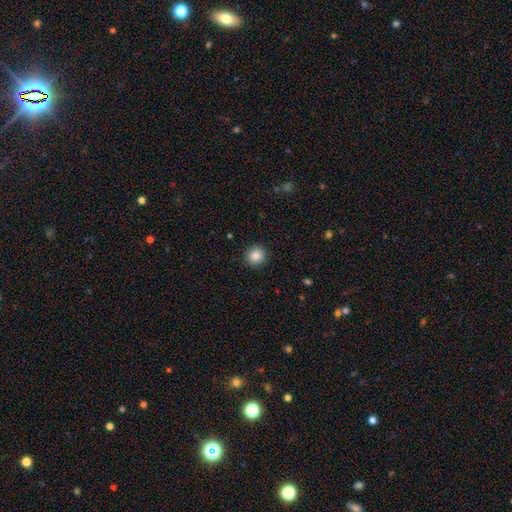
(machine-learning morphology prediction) This is clearly a smooth galaxy (87%). How rounded: clearly round (93%). Merging: clearly none (92%).